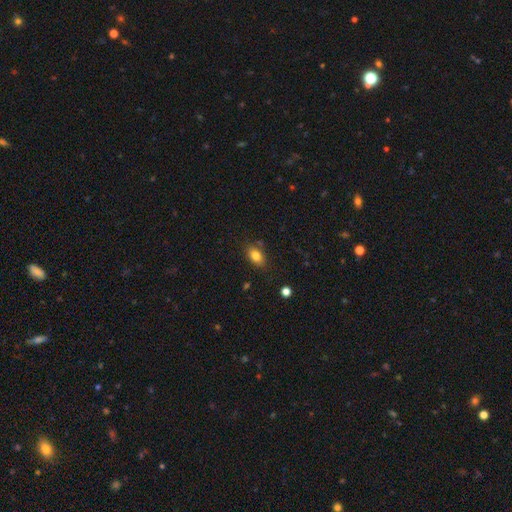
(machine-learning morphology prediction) This appears to be a smooth galaxy with no disk features (82%) that is in between round and cigar-shaped (82%). Merging: none (80%).